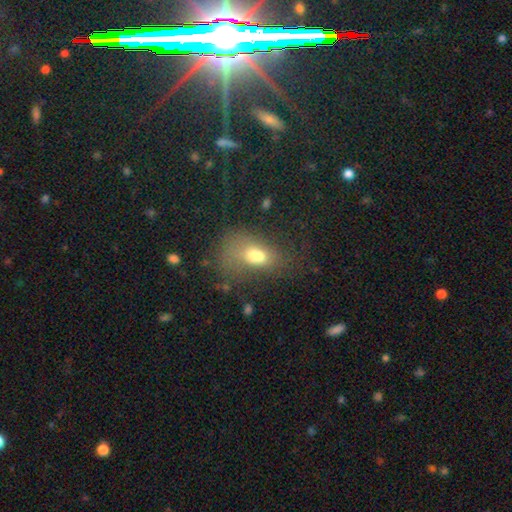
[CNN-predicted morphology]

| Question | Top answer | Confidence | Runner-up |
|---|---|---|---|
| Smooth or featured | smooth | 65% | featured or disk (22%) |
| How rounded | in between | 81% | round (15%) |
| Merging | major disturbance | 32% | none (31%) |